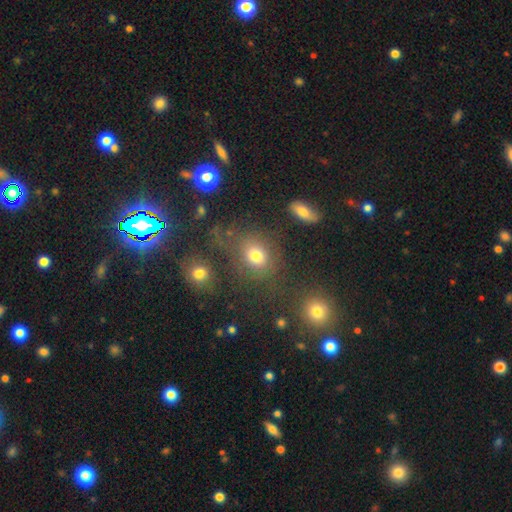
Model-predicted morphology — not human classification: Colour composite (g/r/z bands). It shows a smooth galaxy with no disk features (69%) that is round (61%). Merging: none (61%).